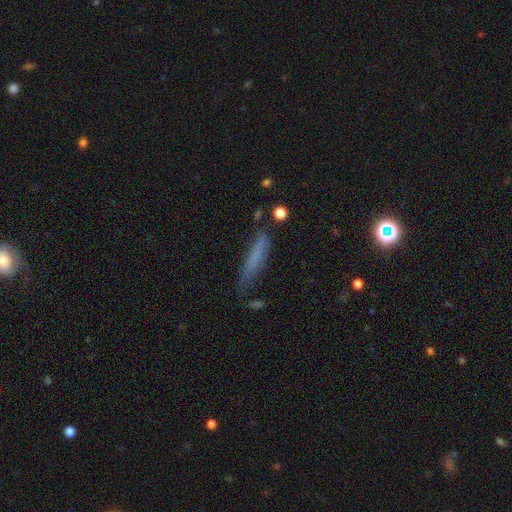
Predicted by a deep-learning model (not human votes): This is likely a smooth galaxy (69%). How rounded: clearly cigar-shaped (90%). Merging: likely none (73%).